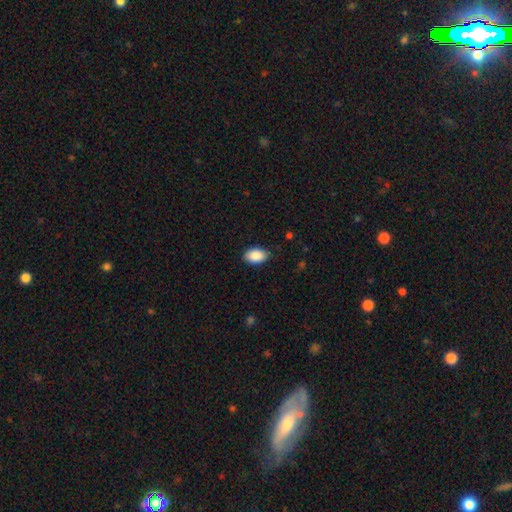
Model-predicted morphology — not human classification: The model was most divided on "merging": none: 83%, minor disturbance: 13%, major disturbance: 2%, merger: 1%. More confident: how rounded — in between (91%); smooth or featured — smooth (89%).